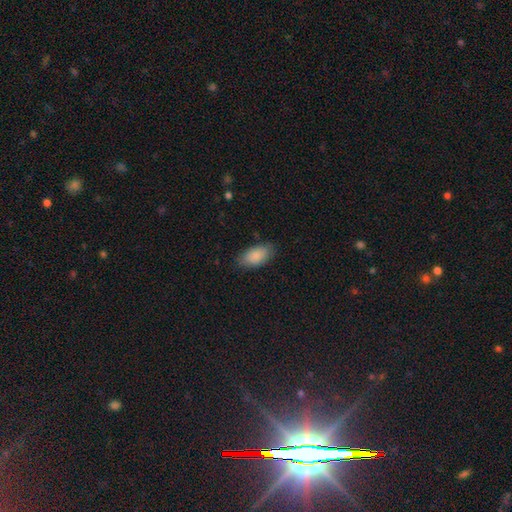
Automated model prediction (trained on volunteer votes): Smooth or featured? Predicted: smooth (p=0.88). How rounded? Predicted: in between (p=0.93). Merging? Predicted: none (p=0.80).